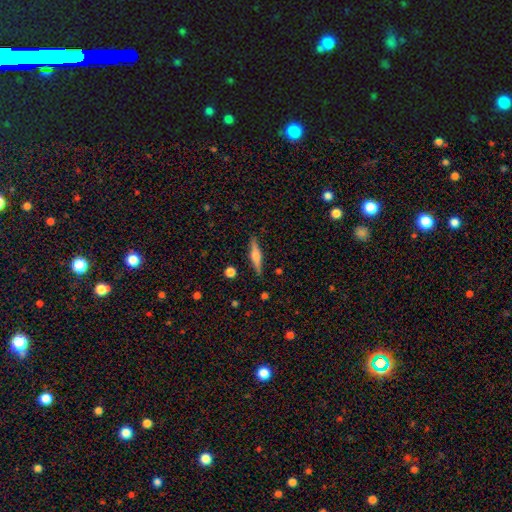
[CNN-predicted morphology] The model was most divided on "smooth or featured": featured or disk: 55%, smooth: 38%, star or artifact: 7%. More confident: edge-on disk — yes (97%); merging — none (89%); edge-on bulge — rounded (77%).